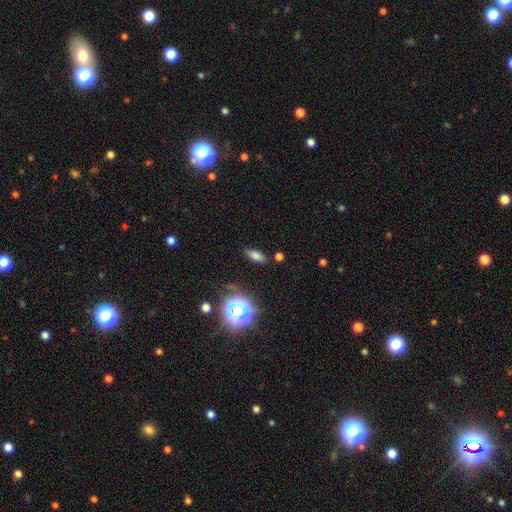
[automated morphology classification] Smooth or featured: smooth — 70% (star or artifact — 18%)
How rounded: in between — 72% (cigar-shaped — 21%)
Merging: none — 82% (minor disturbance — 12%)